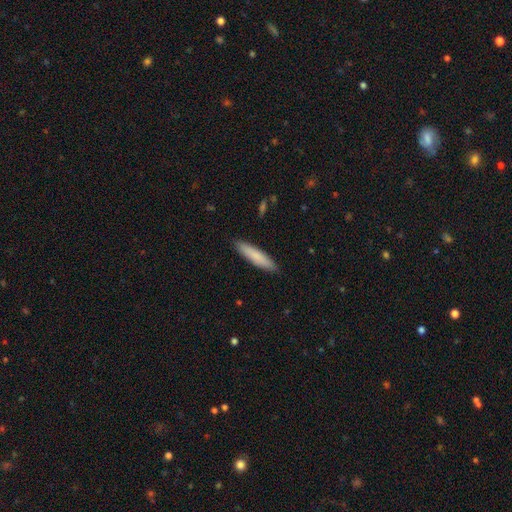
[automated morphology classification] A smooth galaxy with no disk features (80%) that is cigar-shaped (86%).

Vote fractions:
- Smooth or featured? smooth: 80% / featured or disk: 14% / star or artifact: 5%
- How rounded? cigar-shaped: 86% / in between: 13% / round: 1%
- Merging? none: 90% / minor disturbance: 8% / major disturbance: 2% / merger: 1%